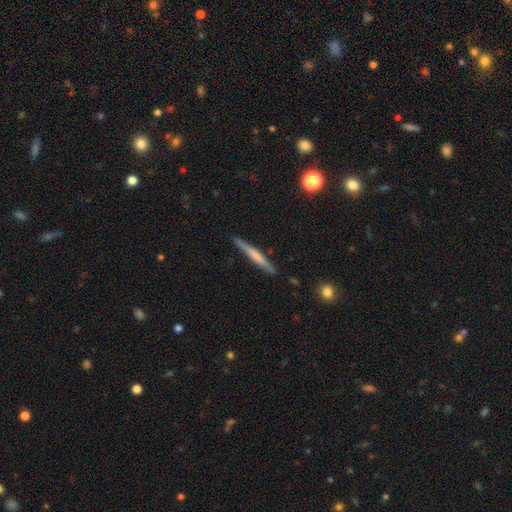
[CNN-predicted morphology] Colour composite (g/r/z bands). It shows a smooth galaxy with no disk features (48%). Merging: none (88%).